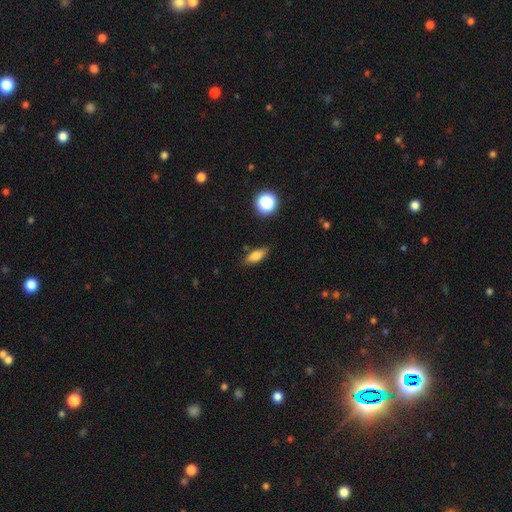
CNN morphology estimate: smooth_or_featured: smooth (p=0.70) [alt: featured or disk p=0.20]
how_rounded: in between (p=0.68) [alt: cigar-shaped p=0.27]
merging: none (p=0.83) [alt: minor disturbance p=0.13]